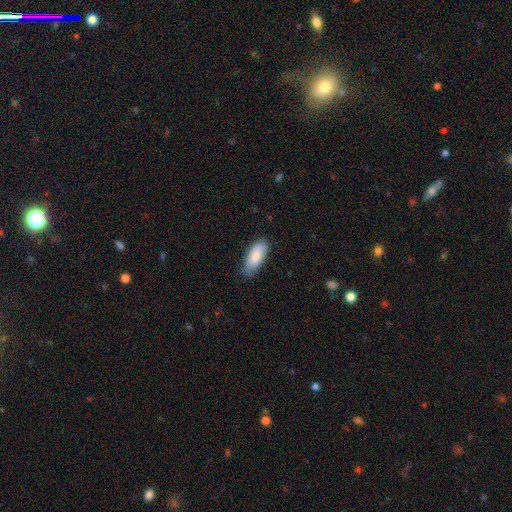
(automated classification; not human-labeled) Overall: smooth (87%). How rounded: in between (83%). Merging: none (73%).